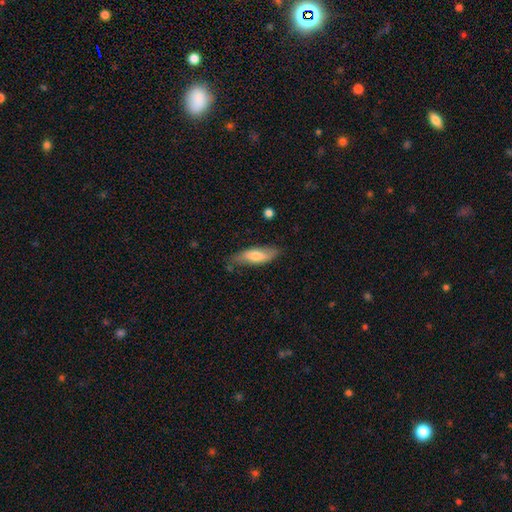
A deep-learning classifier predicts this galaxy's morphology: A smooth galaxy with no disk features (68%) that is in between round and cigar-shaped (61%). Merging: none (68%).